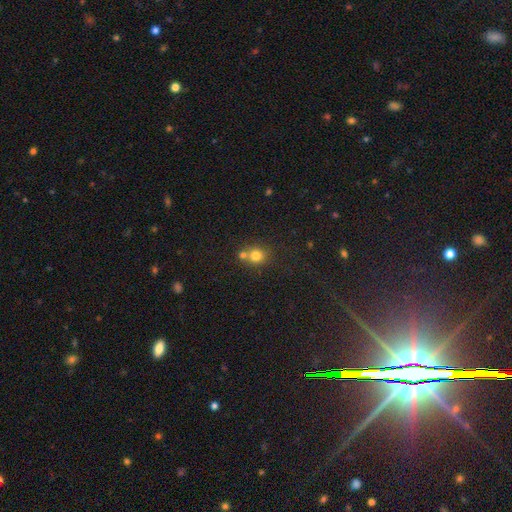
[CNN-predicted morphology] The model was most divided on "merging": none: 54%, merger: 35%, minor disturbance: 9%, major disturbance: 3%. More confident: how rounded — round (84%); smooth or featured — smooth (77%).